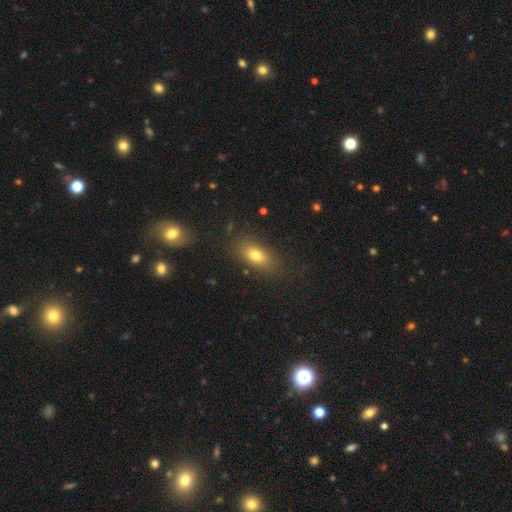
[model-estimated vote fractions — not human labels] smooth_or_featured: smooth (p=0.75) [alt: featured or disk p=0.14]
how_rounded: in between (p=0.82) [alt: round p=0.11]
merging: none (p=0.80) [alt: minor disturbance p=0.13]